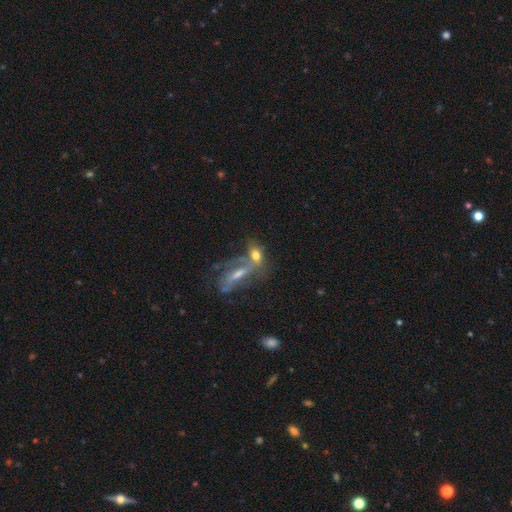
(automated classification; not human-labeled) A smooth galaxy with no disk features (55%) that is in between round and cigar-shaped (66%).

Vote fractions:
- Smooth or featured? smooth: 55% / featured or disk: 33% / star or artifact: 12%
- How rounded? in between: 66% / round: 18% / cigar-shaped: 16%
- Merging? merger: 49% / none: 31% / minor disturbance: 11% / major disturbance: 9%